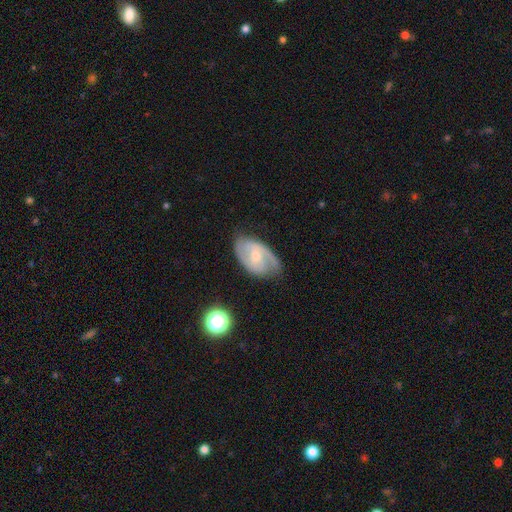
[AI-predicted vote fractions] Smooth or featured? Predicted: featured or disk (p=0.77). Edge-on disk? Predicted: no (p=0.96). Bar? Predicted: weak (p=0.52). Spiral arms? Predicted: yes (p=0.92). Spiral winding? Predicted: medium (p=0.49). Spiral arm count? Predicted: 2 (p=0.77). Bulge size? Predicted: small (p=0.53). Merging? Predicted: none (p=0.70).